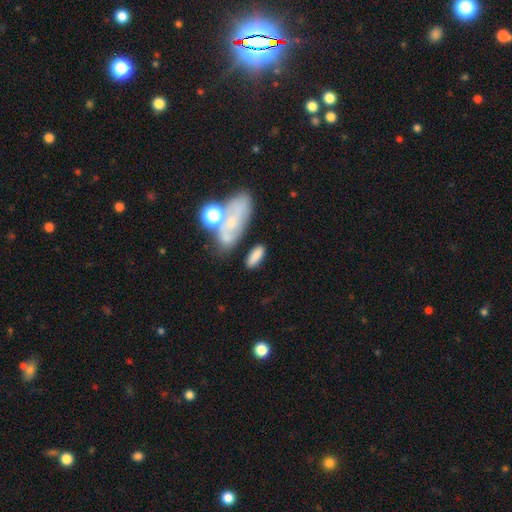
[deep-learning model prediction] Q: Smooth or featured?
A: smooth (80%); runner-up: featured or disk (11%)
Q: How rounded?
A: in between (72%); runner-up: cigar-shaped (24%)
Q: Merging?
A: none (71%); runner-up: minor disturbance (14%)